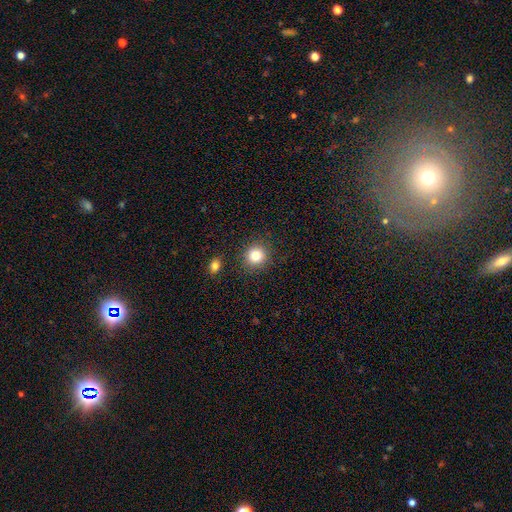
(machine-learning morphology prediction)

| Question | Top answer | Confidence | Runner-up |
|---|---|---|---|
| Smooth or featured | smooth | 84% | star or artifact (11%) |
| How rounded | round | 89% | in between (10%) |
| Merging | none | 88% | minor disturbance (7%) |